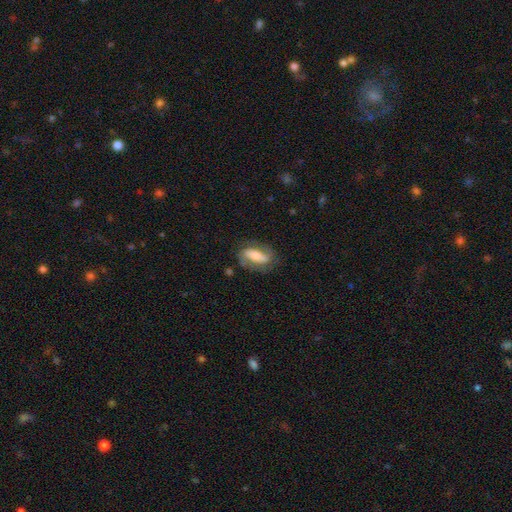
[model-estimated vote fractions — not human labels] Morphology: type=featured or disk (50%); edge-on=no (86%); merging=none (70%).